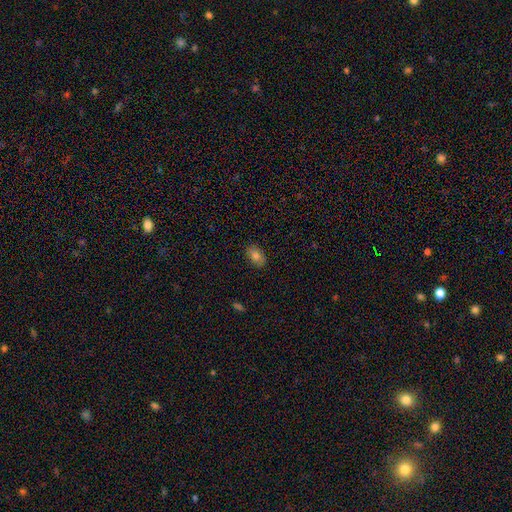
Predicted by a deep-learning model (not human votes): Smooth or featured? Predicted: smooth (p=0.78). How rounded? Predicted: in between (p=0.88). Merging? Predicted: none (p=0.88).